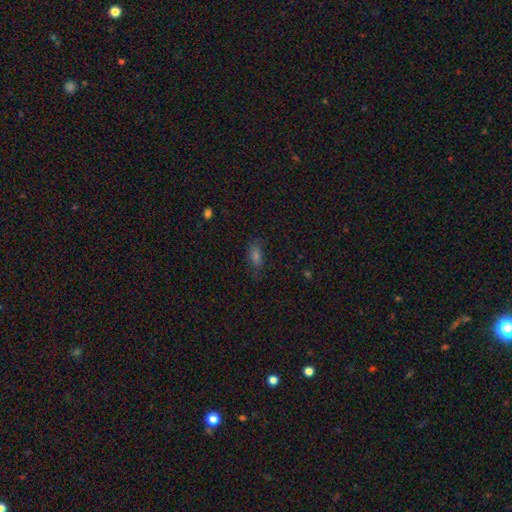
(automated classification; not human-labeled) Smooth or featured: smooth — 65% (star or artifact — 23%)
How rounded: in between — 78% (cigar-shaped — 15%)
Merging: none — 74% (minor disturbance — 18%)